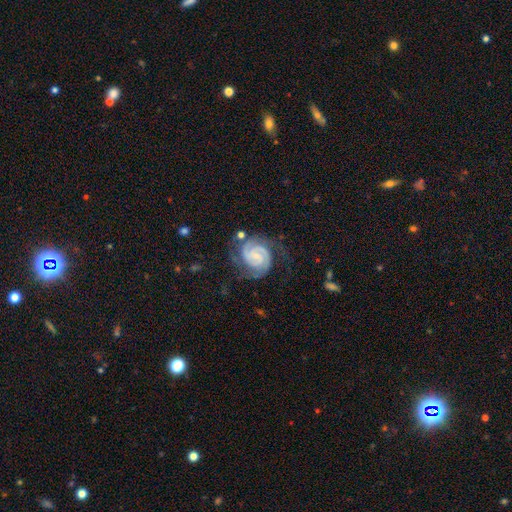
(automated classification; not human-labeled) featured or disk 89%, smooth 6%, star or artifact 5%. Down the decision tree: edge-on disk — no (98%); bar — weak (46%); spiral arms — yes (98%); spiral arm count — 2 (72%); spiral winding — tight (65%); bulge size — small (67%); merging — none (68%).